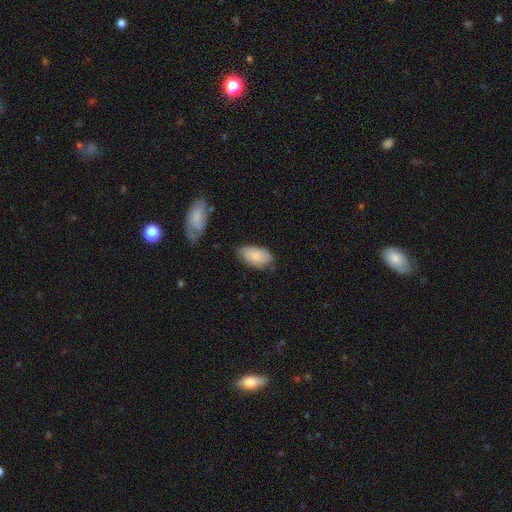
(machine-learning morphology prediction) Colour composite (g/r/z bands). It shows a smooth galaxy with no disk features (78%) that is in between round and cigar-shaped (94%). Merging: none (65%).